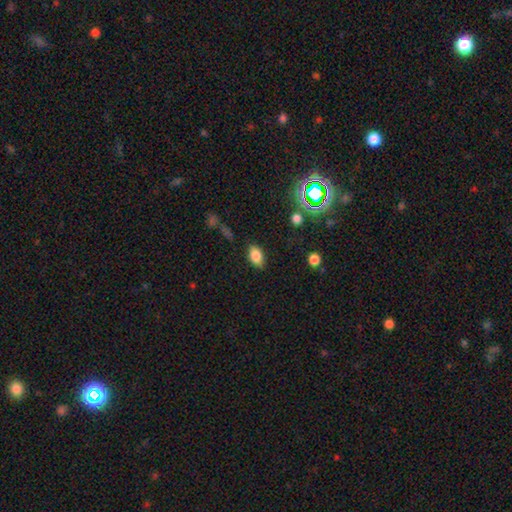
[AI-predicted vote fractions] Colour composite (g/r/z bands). It shows a smooth galaxy with no disk features (82%) that is in between round and cigar-shaped (88%). Merging: none (83%).